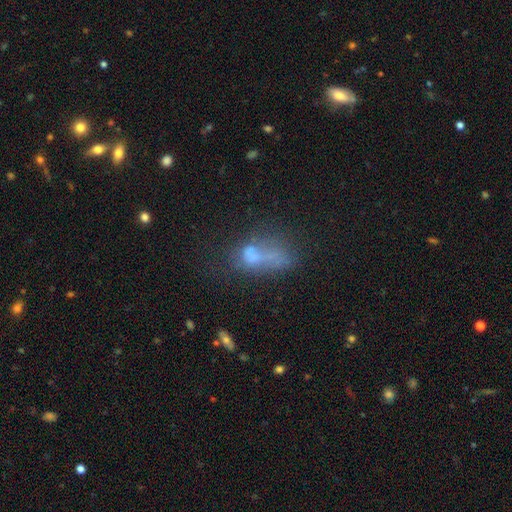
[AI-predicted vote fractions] Overall: smooth (48%; featured or disk 34%). Merging: major disturbance (31%; merger 26%).